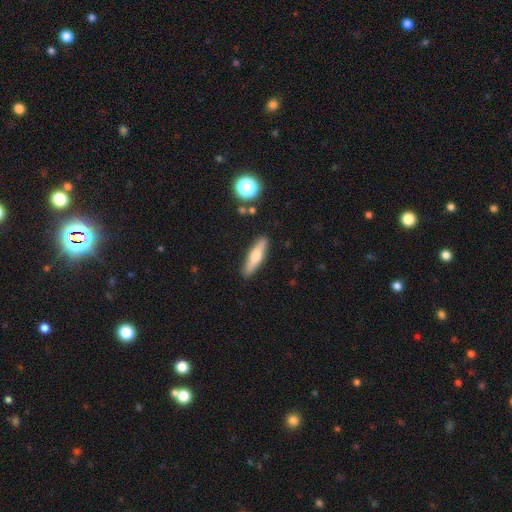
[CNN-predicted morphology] A smooth galaxy with no disk features (57%) that is cigar-shaped (76%). Merging: none (88%).